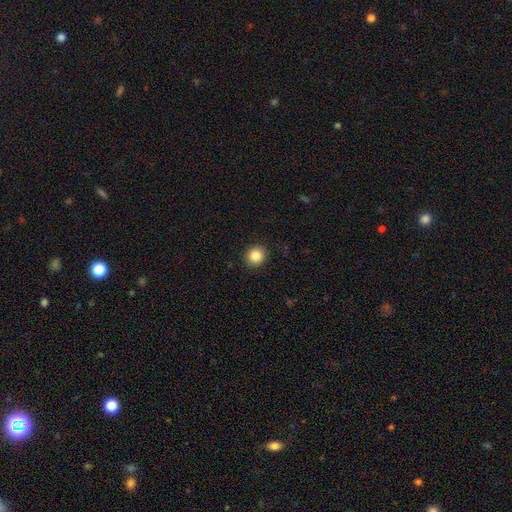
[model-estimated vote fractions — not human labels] Q: Smooth or featured?
A: smooth (86%); runner-up: star or artifact (10%)
Q: How rounded?
A: round (87%); runner-up: in between (12%)
Q: Merging?
A: none (91%); runner-up: minor disturbance (6%)